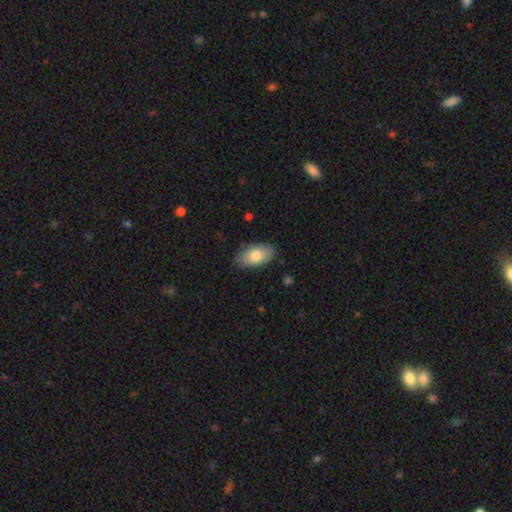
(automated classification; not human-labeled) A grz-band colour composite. It shows a smooth galaxy with no disk features (82%) that is in between round and cigar-shaped (94%). Merging: none (81%).